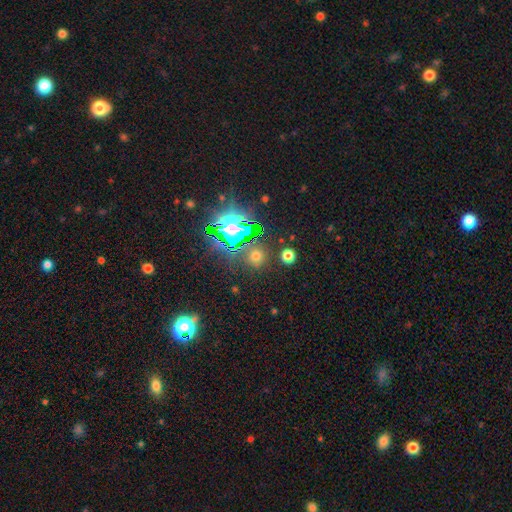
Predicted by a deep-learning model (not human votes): Q: Smooth or featured?
A: smooth (48%); runner-up: star or artifact (45%)
Q: Merging?
A: none (82%); runner-up: minor disturbance (8%)